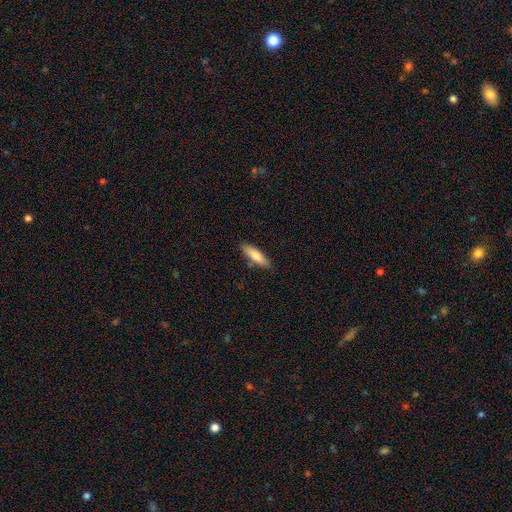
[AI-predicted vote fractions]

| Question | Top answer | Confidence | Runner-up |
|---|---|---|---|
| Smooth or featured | smooth | 77% | featured or disk (17%) |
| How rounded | cigar-shaped | 56% | in between (42%) |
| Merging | none | 85% | minor disturbance (11%) |